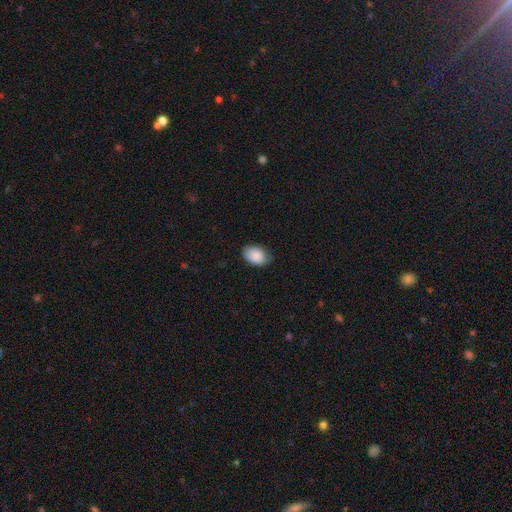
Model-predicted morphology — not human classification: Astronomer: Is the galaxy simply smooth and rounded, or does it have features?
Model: smooth — 89%.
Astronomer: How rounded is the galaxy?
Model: in between — 87%.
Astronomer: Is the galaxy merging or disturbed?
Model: none — 72%.